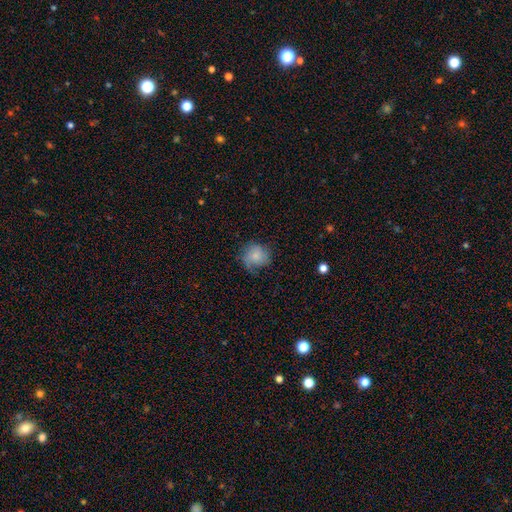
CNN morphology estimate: smooth_or_featured: smooth (p=0.72) [alt: featured or disk p=0.19]
how_rounded: round (p=0.81) [alt: in between p=0.18]
merging: none (p=0.57) [alt: minor disturbance p=0.28]